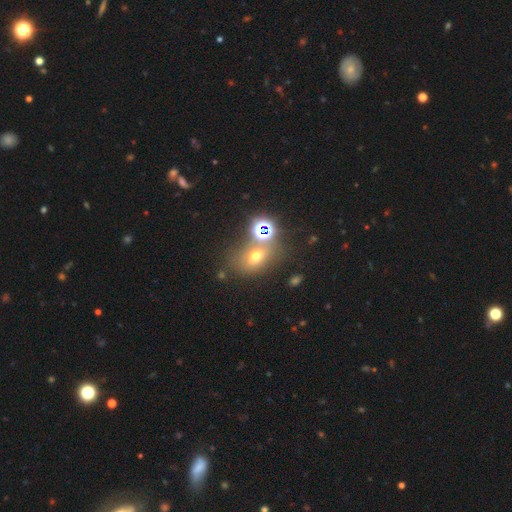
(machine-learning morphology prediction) Smooth or featured: smooth — 57% (star or artifact — 26%)
How rounded: in between — 61% (round — 37%)
Merging: none — 56% (merger — 21%)